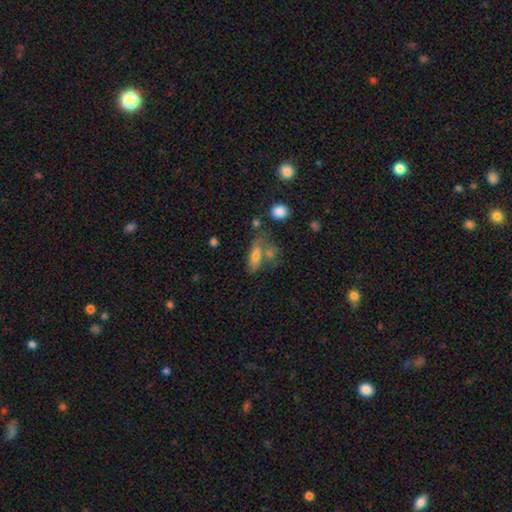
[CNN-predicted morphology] Smooth or featured?
  - smooth: 61% *
  - featured or disk: 27%
  - star or artifact: 12%
How rounded?
  - in between: 61% *
  - cigar-shaped: 33%
  - round: 7%
Merging?
  - none: 43% *
  - merger: 28%
  - minor disturbance: 17%
  - major disturbance: 12%